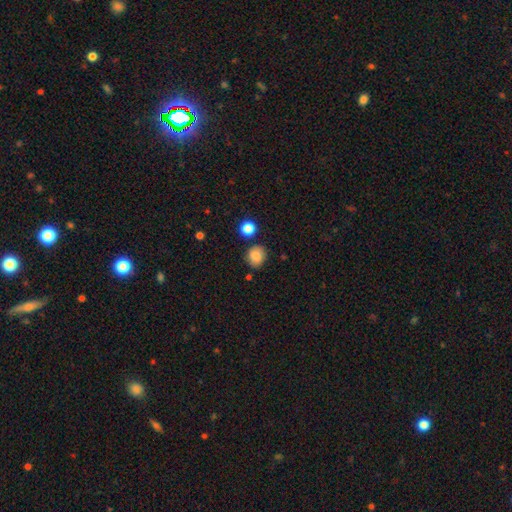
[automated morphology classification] smooth_or_featured: smooth (p=0.83) [alt: star or artifact p=0.10]
how_rounded: round (p=0.78) [alt: in between p=0.22]
merging: none (p=0.80) [alt: minor disturbance p=0.13]